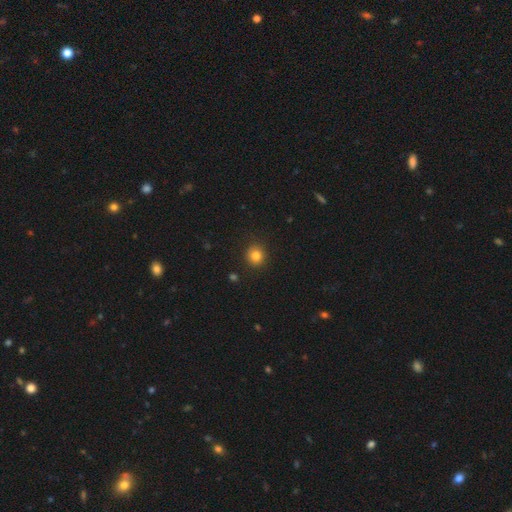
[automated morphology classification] This is clearly a smooth galaxy (82%). How rounded: clearly round (90%). Merging: clearly none (90%).